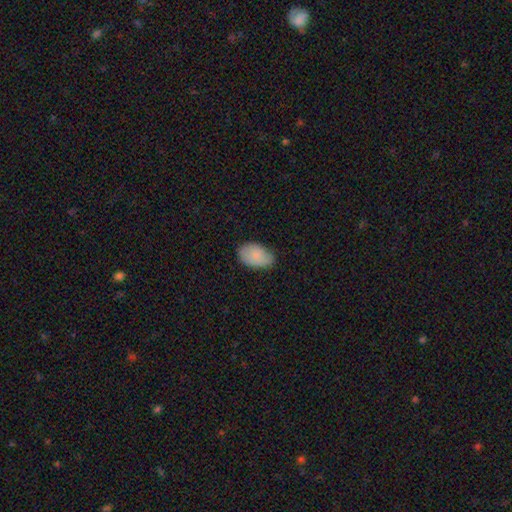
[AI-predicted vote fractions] smooth 84%, featured or disk 9%, star or artifact 7%. Down the decision tree: how rounded — in between (91%); merging — none (68%).